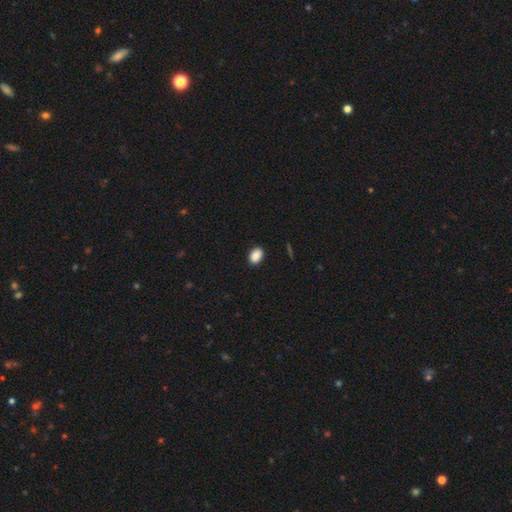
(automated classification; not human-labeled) smooth 89%, star or artifact 8%, featured or disk 3%. Down the decision tree: how rounded — in between (83%); merging — none (88%).